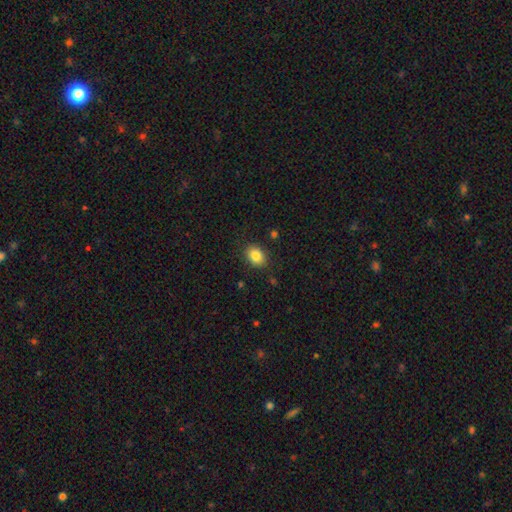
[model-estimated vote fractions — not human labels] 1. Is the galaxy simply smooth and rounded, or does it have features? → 85% smooth, 9% star or artifact, 6% featured or disk.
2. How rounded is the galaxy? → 64% in between, 35% round, 1% cigar-shaped.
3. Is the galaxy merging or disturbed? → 87% none, 9% minor disturbance, 3% major disturbance, 1% merger.